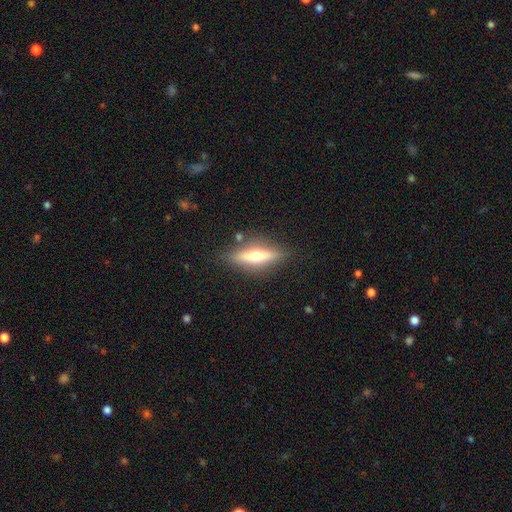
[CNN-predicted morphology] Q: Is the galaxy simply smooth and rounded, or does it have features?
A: featured or disk — 58%.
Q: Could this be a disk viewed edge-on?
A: yes — 92%.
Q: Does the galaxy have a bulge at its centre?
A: rounded — 92%.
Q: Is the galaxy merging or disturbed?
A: none — 85%.